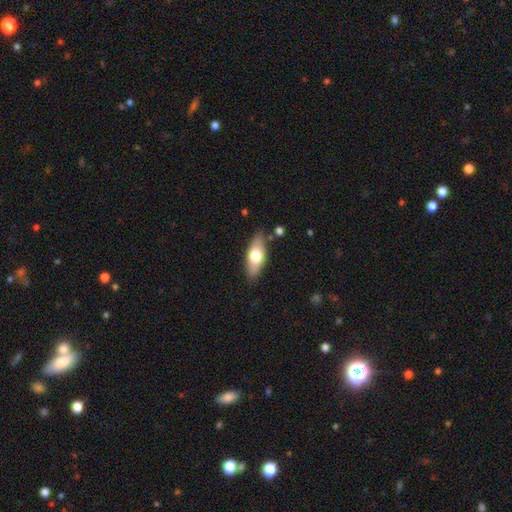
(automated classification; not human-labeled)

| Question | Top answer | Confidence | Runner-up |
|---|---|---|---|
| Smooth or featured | smooth | 62% | featured or disk (32%) |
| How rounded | in between | 74% | cigar-shaped (23%) |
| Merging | none | 83% | minor disturbance (12%) |